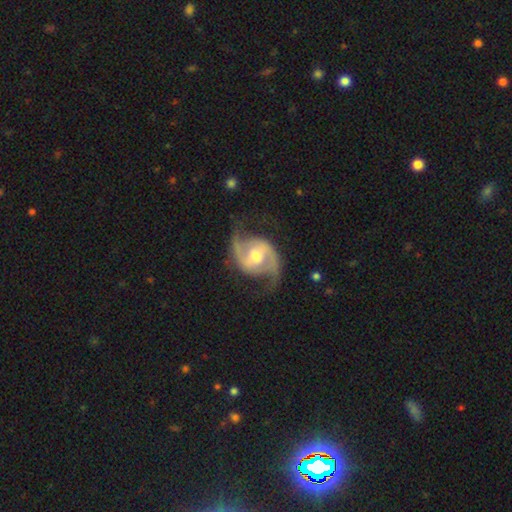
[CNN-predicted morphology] Smooth or featured? Predicted: featured or disk (p=0.91). Edge-on disk? Predicted: no (p=0.98). Bar? Predicted: weak (p=0.43). Spiral arms? Predicted: yes (p=0.97). Spiral winding? Predicted: medium (p=0.51). Spiral arm count? Predicted: 2 (p=0.93). Bulge size? Predicted: moderate (p=0.67). Merging? Predicted: none (p=0.76).